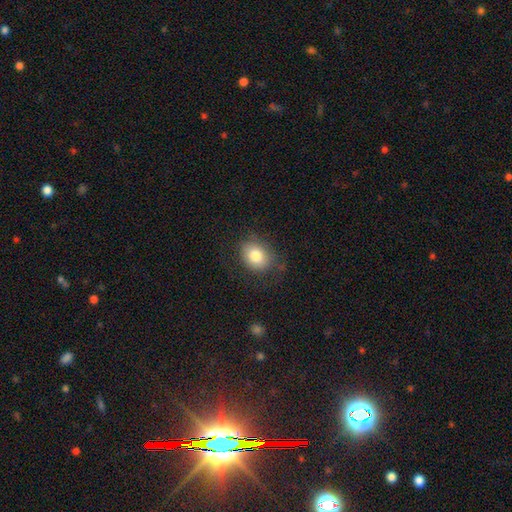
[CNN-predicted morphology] This is clearly a smooth galaxy (81%). How rounded: possibly in between (55%). Merging: likely none (74%).